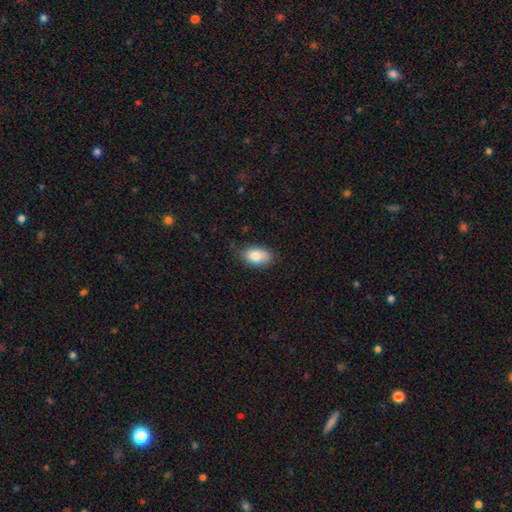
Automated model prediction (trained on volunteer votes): Q: Smooth or featured?
A: smooth (83%); runner-up: featured or disk (9%)
Q: How rounded?
A: in between (91%); runner-up: round (7%)
Q: Merging?
A: none (78%); runner-up: minor disturbance (18%)